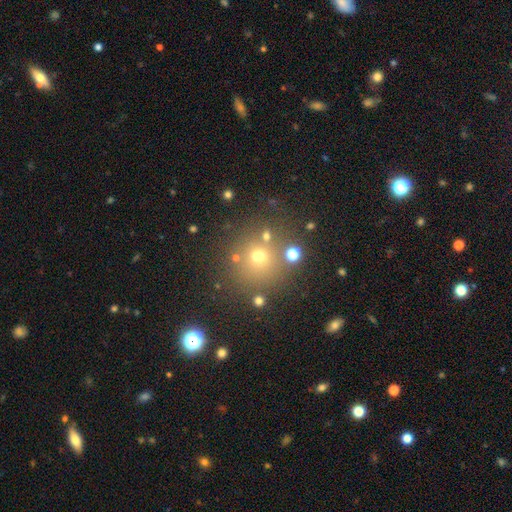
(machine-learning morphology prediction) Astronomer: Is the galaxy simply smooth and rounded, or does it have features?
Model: smooth — 63%.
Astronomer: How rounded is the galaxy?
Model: round — 89%.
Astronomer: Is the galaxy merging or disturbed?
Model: none — 71%.